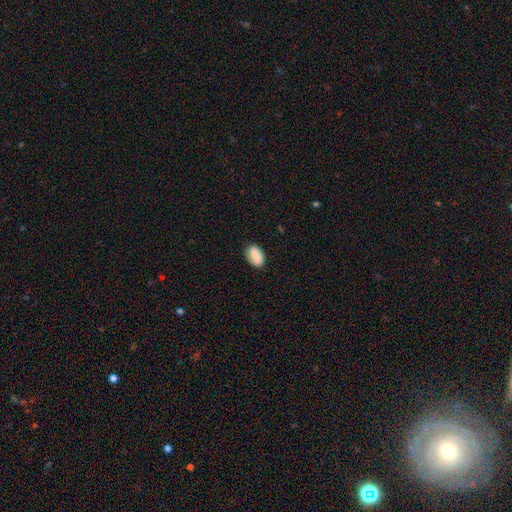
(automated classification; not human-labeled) The model was most divided on "smooth or featured": smooth: 80%, featured or disk: 13%, star or artifact: 7%. More confident: how rounded — in between (89%); merging — none (81%).